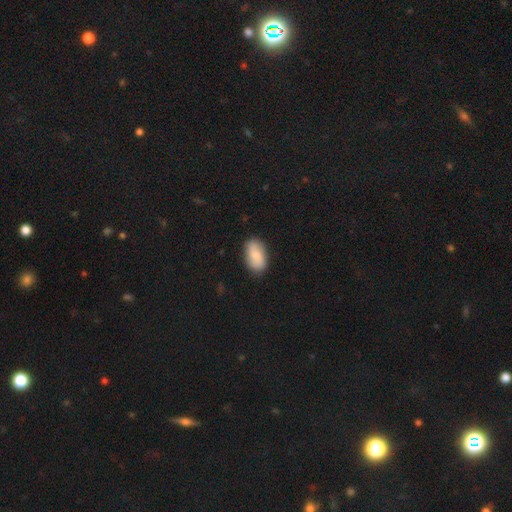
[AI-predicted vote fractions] Smooth or featured: smooth — 78% (featured or disk — 16%)
How rounded: in between — 92% (round — 5%)
Merging: none — 82% (minor disturbance — 14%)